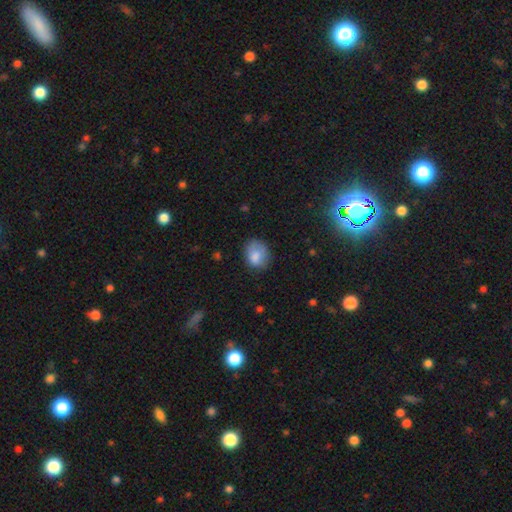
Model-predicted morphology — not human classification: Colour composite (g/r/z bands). It shows a smooth galaxy with no disk features (81%) that is in between round and cigar-shaped (56%). Merging: none (63%).